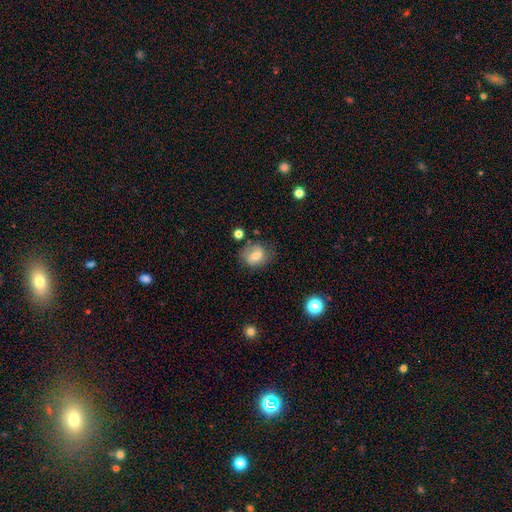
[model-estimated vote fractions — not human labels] smooth 55%, featured or disk 36%, star or artifact 9%. Down the decision tree: how rounded — round (55%); merging — none (64%).